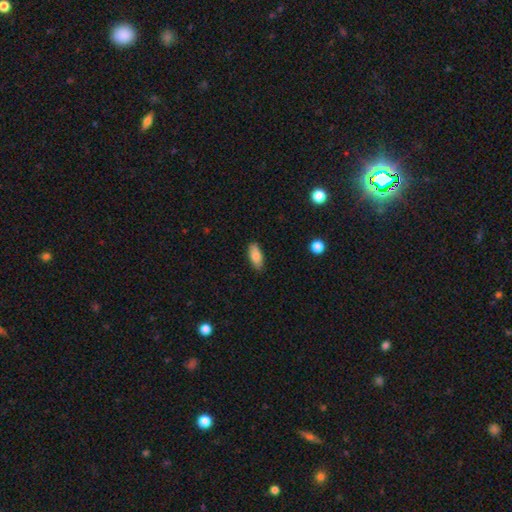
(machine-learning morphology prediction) The model was most divided on "how rounded": in between: 82%, cigar-shaped: 16%, round: 2%. More confident: merging — none (85%); smooth or featured — smooth (83%).